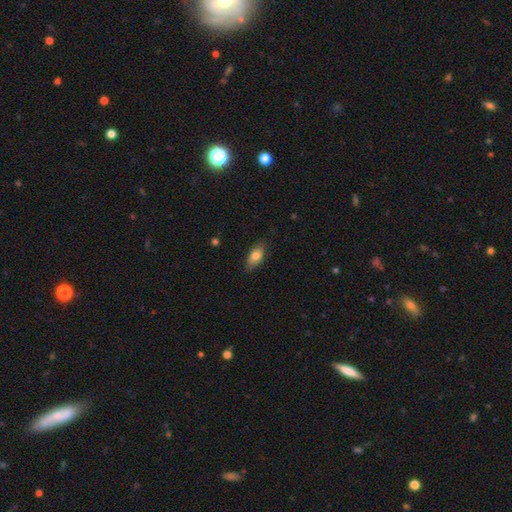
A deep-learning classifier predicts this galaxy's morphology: Smooth or featured? smooth (77%)
How rounded? in between (83%)
Merging? none (79%)